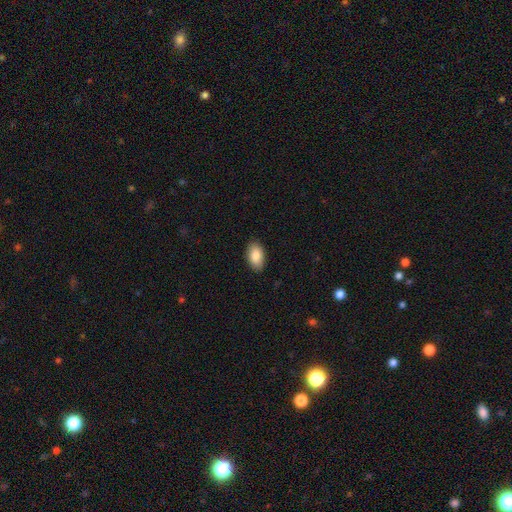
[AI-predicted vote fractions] This appears to be a smooth galaxy with no disk features (86%) that is in between round and cigar-shaped (94%). Merging: none (89%).